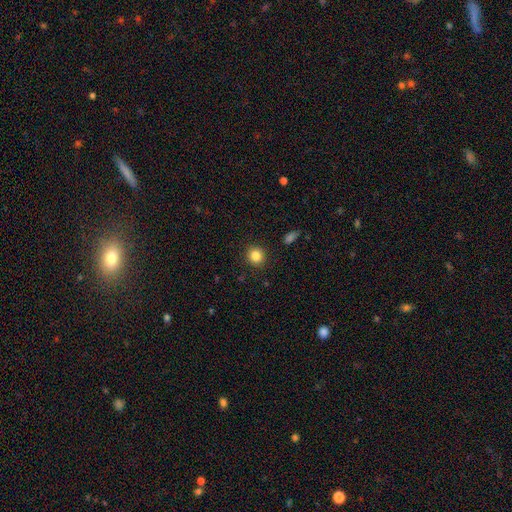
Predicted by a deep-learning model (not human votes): smooth_or_featured: smooth (p=0.84) [alt: star or artifact p=0.11]
how_rounded: round (p=0.90) [alt: in between p=0.09]
merging: none (p=0.91) [alt: minor disturbance p=0.06]